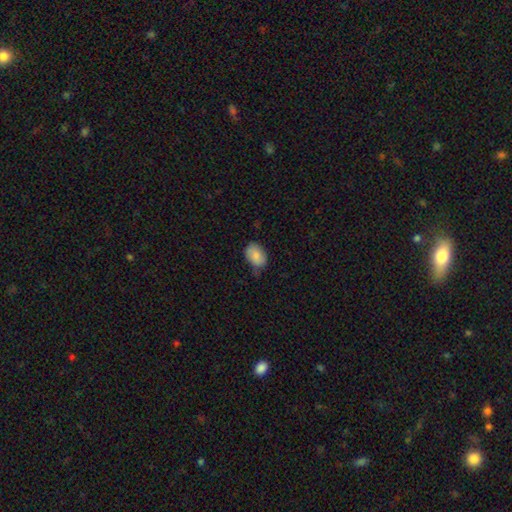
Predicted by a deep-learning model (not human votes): Smooth or featured? Predicted: smooth (p=0.85). How rounded? Predicted: in between (p=0.81). Merging? Predicted: none (p=0.60).